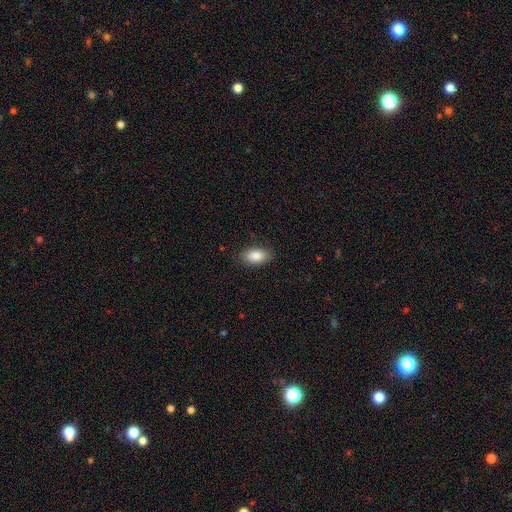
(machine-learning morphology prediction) Smooth or featured: smooth — 87% (star or artifact — 7%)
How rounded: in between — 92% (round — 4%)
Merging: none — 85% (minor disturbance — 11%)